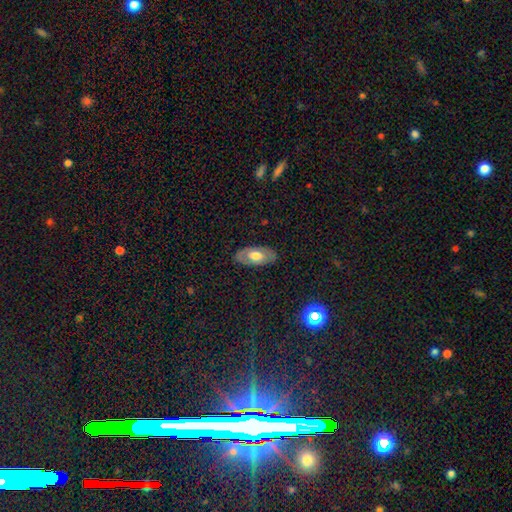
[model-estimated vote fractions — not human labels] smooth-or-featured: smooth: 55% | featured or disk: 39% | star or artifact: 6%
  how-rounded: in between: 93% | round: 4% | cigar-shaped: 4%
  merging: none: 85% | minor disturbance: 11% | major disturbance: 3% | merger: 1%